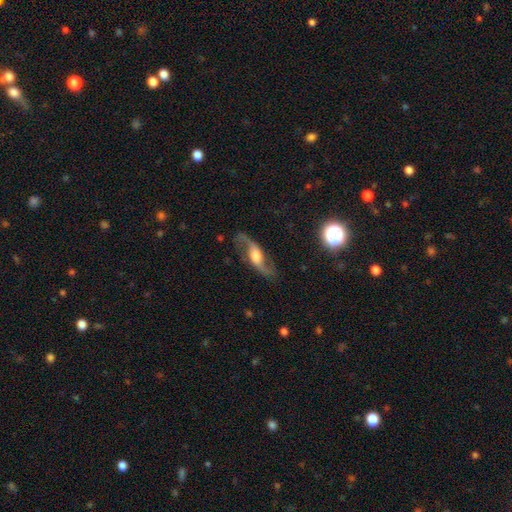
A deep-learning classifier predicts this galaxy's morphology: Overall: featured or disk (84%). Edge-on disk: no (89%). Bar: no (44%; weak 38%). Spiral arms: yes (95%). Spiral arm count: 2 (94%). Spiral winding: loose (69%). Bulge size: moderate (45%; large 34%). Merging: none (78%).